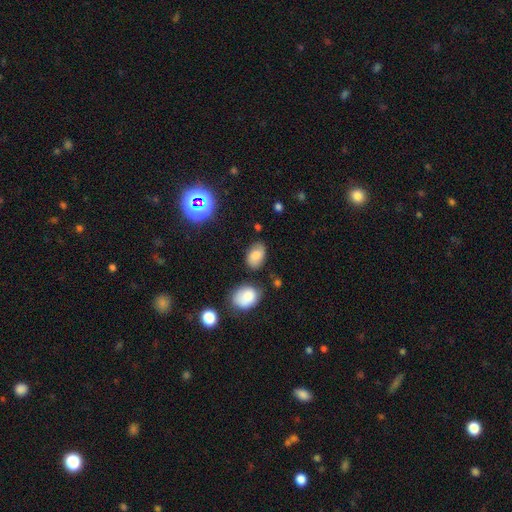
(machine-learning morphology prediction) This is likely a smooth galaxy (75%). How rounded: clearly in between (87%). Merging: likely none (72%).